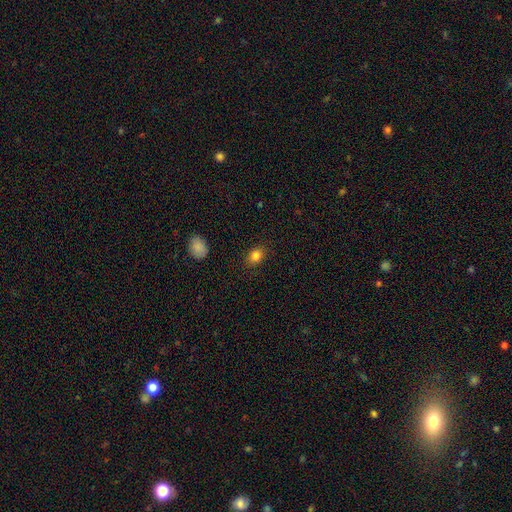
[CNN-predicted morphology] smooth 84%, star or artifact 10%, featured or disk 5%. Down the decision tree: how rounded — in between (65%); merging — none (87%).